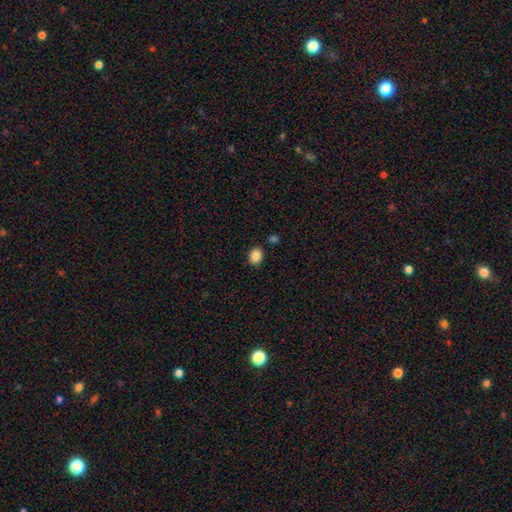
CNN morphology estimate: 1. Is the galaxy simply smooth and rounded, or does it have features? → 86% smooth, 9% star or artifact, 5% featured or disk.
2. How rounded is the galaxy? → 52% in between, 47% round, 1% cigar-shaped.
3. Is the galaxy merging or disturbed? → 85% none, 9% minor disturbance, 4% merger, 2% major disturbance.